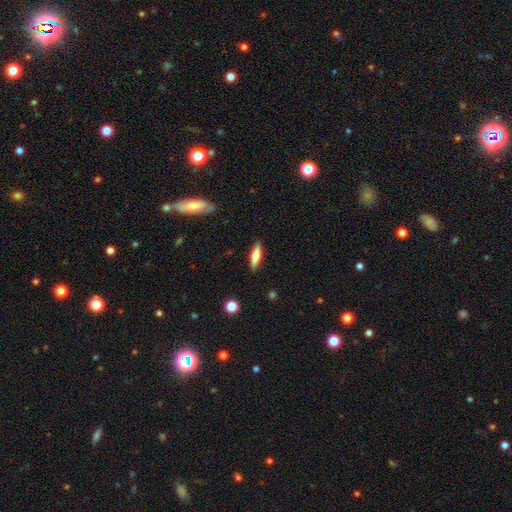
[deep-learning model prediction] This appears to be a smooth galaxy with no disk features (62%) that is cigar-shaped (67%). Merging: none (88%).